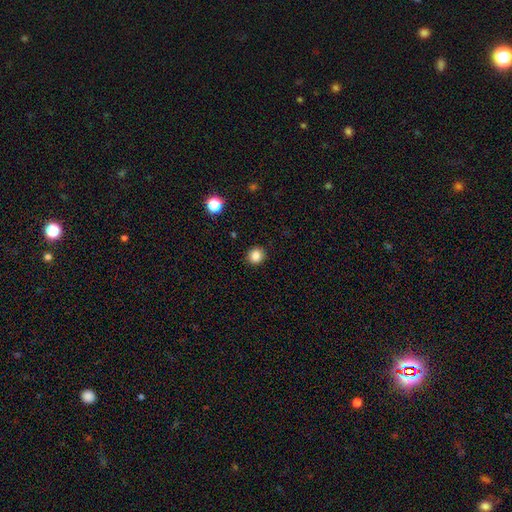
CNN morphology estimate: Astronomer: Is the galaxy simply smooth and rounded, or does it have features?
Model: smooth — 85%.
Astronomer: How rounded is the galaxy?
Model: round — 87%.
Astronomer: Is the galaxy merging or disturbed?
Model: none — 91%.